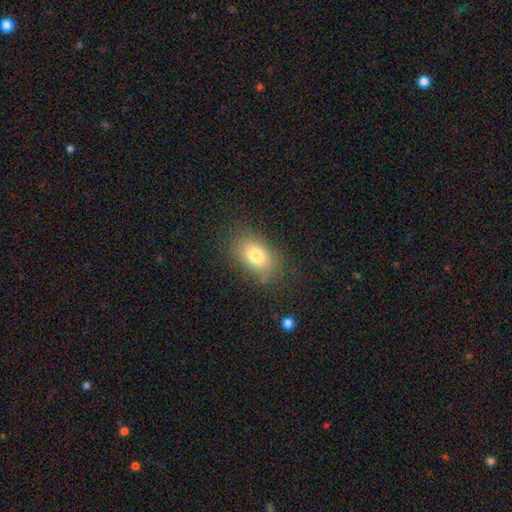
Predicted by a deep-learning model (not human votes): smooth-or-featured: smooth: 76% | featured or disk: 13% | star or artifact: 11%
  how-rounded: in between: 83% | round: 16% | cigar-shaped: 2%
  merging: none: 77% | minor disturbance: 16% | major disturbance: 6% | merger: 2%